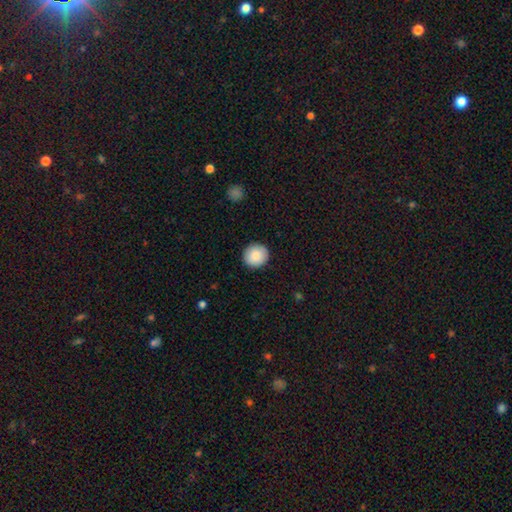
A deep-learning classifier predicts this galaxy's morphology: This appears to be a smooth galaxy with no disk features (88%) that is round (90%). Merging: none (91%).